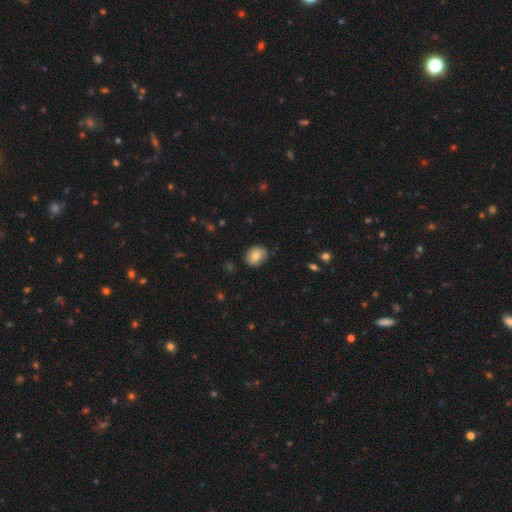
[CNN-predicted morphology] Overall: smooth (78%). How rounded: in between (56%; round 43%). Merging: none (82%).